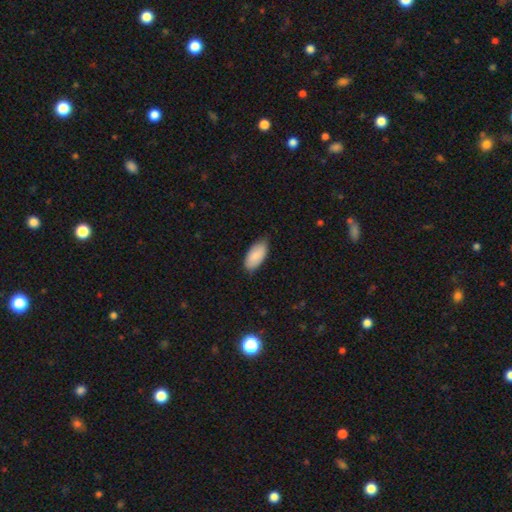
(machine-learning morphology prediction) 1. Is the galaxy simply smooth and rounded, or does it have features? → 87% smooth, 7% featured or disk, 6% star or artifact.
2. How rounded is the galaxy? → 94% in between, 4% cigar-shaped, 2% round.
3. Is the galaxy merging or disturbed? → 74% none, 22% minor disturbance, 3% major disturbance, 1% merger.